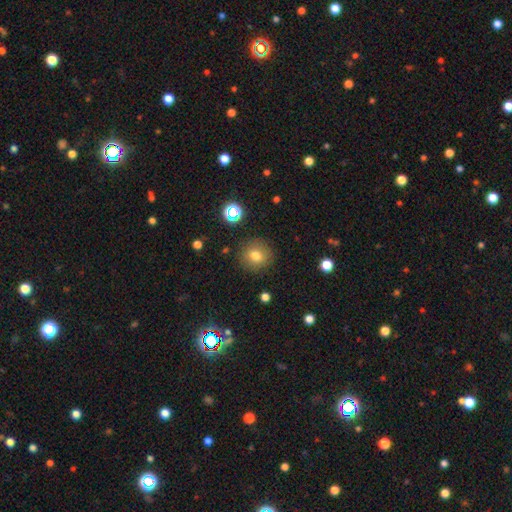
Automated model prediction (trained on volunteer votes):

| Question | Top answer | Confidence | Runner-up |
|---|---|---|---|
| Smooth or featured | smooth | 75% | star or artifact (15%) |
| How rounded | round | 91% | in between (8%) |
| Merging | none | 87% | minor disturbance (8%) |